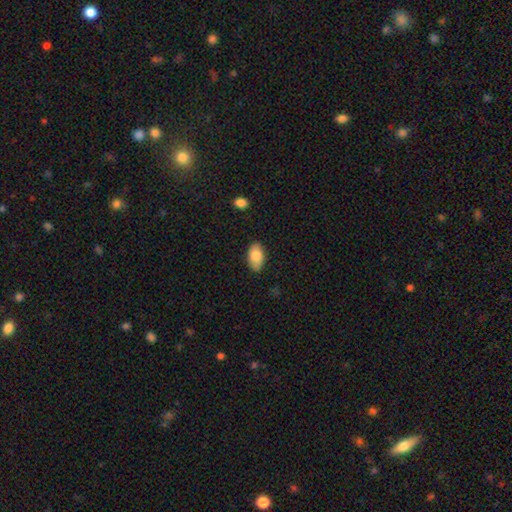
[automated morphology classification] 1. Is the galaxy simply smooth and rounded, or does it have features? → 84% smooth, 9% featured or disk, 7% star or artifact.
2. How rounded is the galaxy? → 93% in between, 5% round, 2% cigar-shaped.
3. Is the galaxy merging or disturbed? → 83% none, 13% minor disturbance, 2% major disturbance, 1% merger.